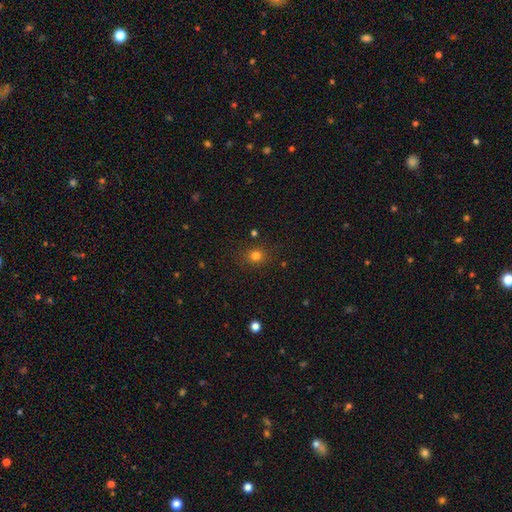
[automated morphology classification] smooth-or-featured: smooth: 79% | star or artifact: 16% | featured or disk: 6%
  how-rounded: round: 81% | in between: 18% | cigar-shaped: 1%
  merging: none: 85% | minor disturbance: 9% | major disturbance: 3% | merger: 2%